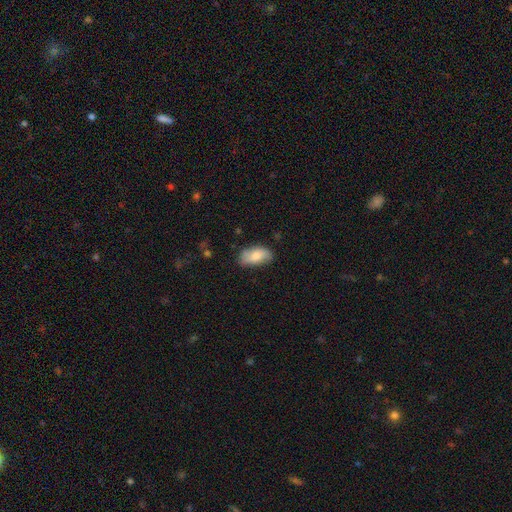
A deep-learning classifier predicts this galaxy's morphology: This appears to be a smooth galaxy with no disk features (73%) that is in between round and cigar-shaped (93%). Merging: none (69%).